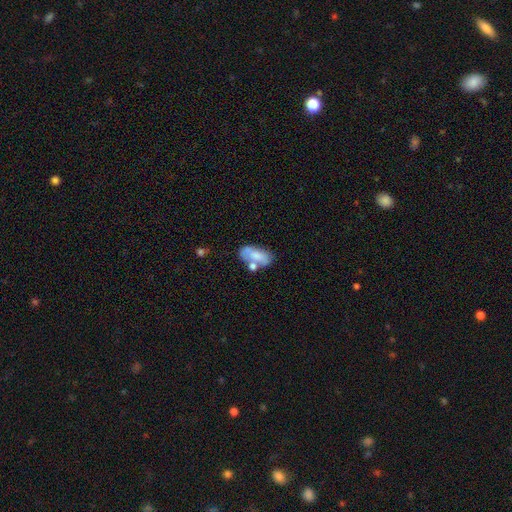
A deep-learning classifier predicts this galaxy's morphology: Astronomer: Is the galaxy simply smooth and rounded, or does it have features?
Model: smooth — 65%.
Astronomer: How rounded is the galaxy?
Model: in between — 90%.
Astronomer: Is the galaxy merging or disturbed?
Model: none — 41% (runner-up: merger, 29%).